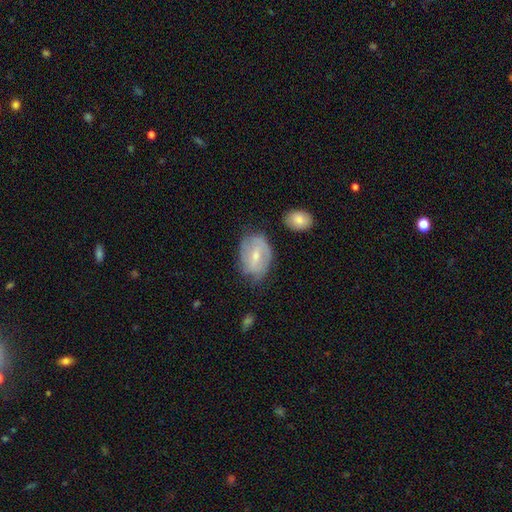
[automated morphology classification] smooth_or_featured: featured or disk (p=0.58) [alt: smooth p=0.35]
disk_edge_on: no (p=0.94) [alt: yes p=0.06]
bar: weak (p=0.51) [alt: strong p=0.27]
has_spiral_arms: yes (p=0.65) [alt: no p=0.35]
bulge_size: small (p=0.55) [alt: moderate p=0.41]
merging: none (p=0.59) [alt: minor disturbance p=0.28]